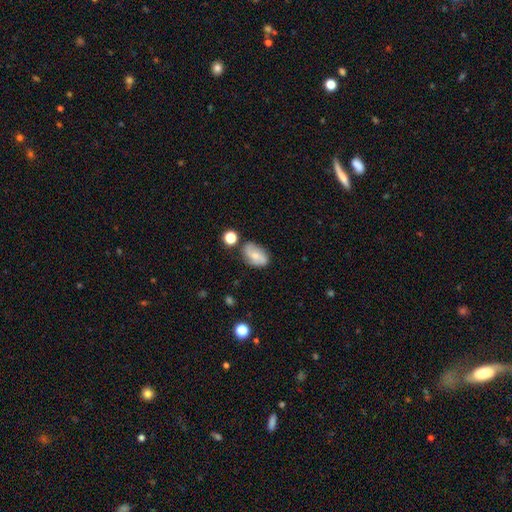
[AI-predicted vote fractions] Q: Smooth or featured?
A: smooth (49%); runner-up: featured or disk (42%)
Q: Merging?
A: none (67%); runner-up: minor disturbance (21%)